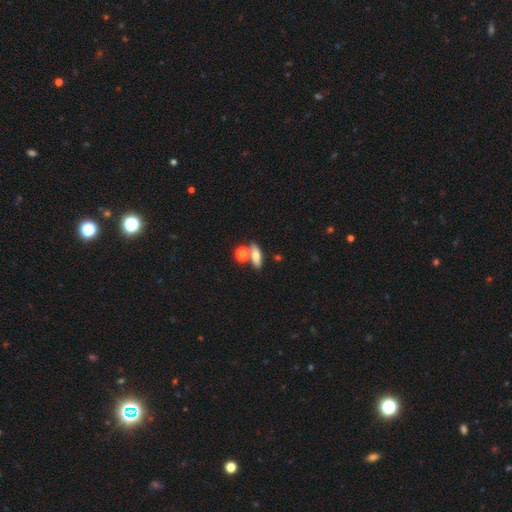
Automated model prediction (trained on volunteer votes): A smooth galaxy with no disk features (70%) that is in between round and cigar-shaped (58%). Merging: none (60%).